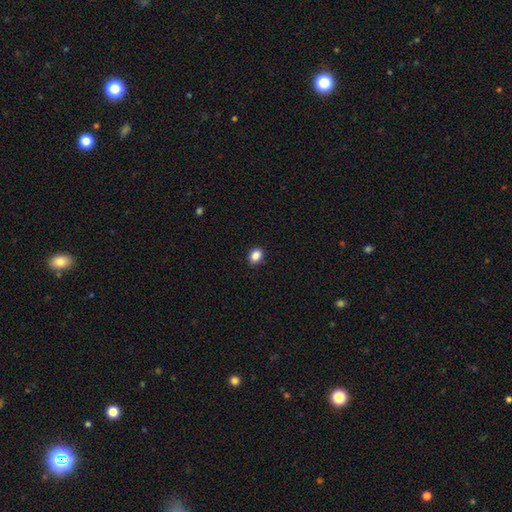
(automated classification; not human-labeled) Smooth or featured: smooth — 87% (star or artifact — 10%)
How rounded: in between — 57% (round — 42%)
Merging: none — 91% (minor disturbance — 7%)